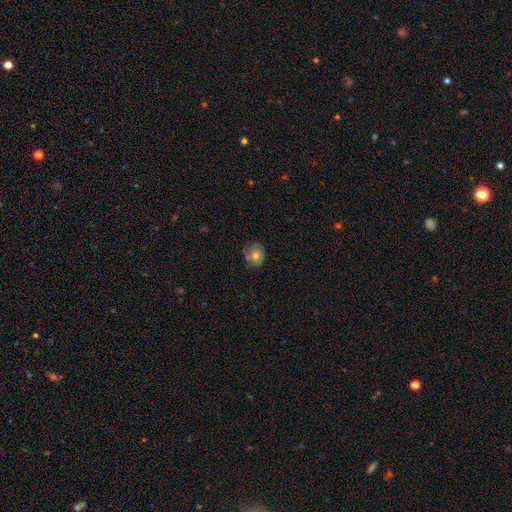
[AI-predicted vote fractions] Smooth or featured? smooth (72%)
How rounded? round (65%)
Merging? none (61%)